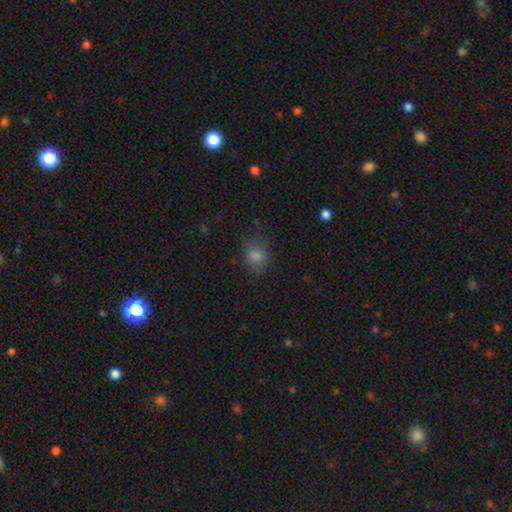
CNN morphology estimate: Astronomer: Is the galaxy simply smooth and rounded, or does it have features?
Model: smooth — 76%.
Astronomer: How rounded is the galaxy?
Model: round — 59% (runner-up: in between, 40%).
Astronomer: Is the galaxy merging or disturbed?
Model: none — 76%.